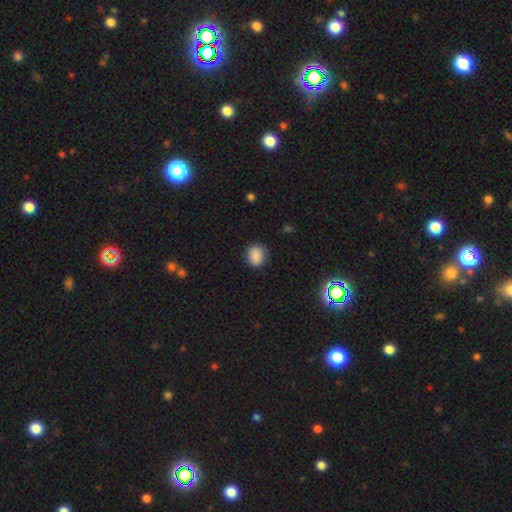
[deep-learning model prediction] This appears to be a smooth galaxy with no disk features (87%) that is round (60%). Merging: none (83%).